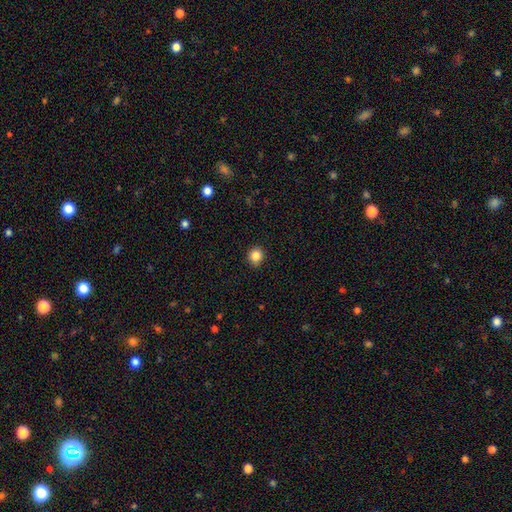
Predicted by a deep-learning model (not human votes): Smooth or featured? Predicted: smooth (p=0.85). How rounded? Predicted: round (p=0.84). Merging? Predicted: none (p=0.87).